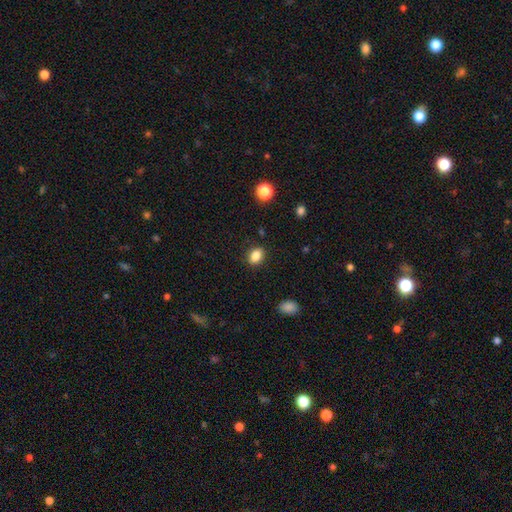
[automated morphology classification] A smooth galaxy with no disk features (86%) that is in between round and cigar-shaped (71%). Merging: none (87%).